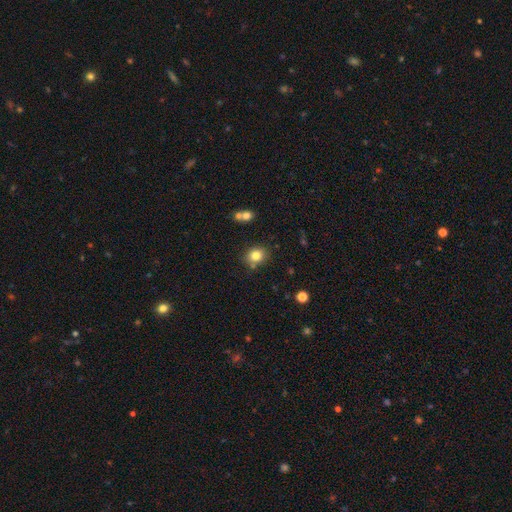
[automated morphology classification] Smooth or featured? Predicted: smooth (p=0.81). How rounded? Predicted: round (p=0.63). Merging? Predicted: none (p=0.77).